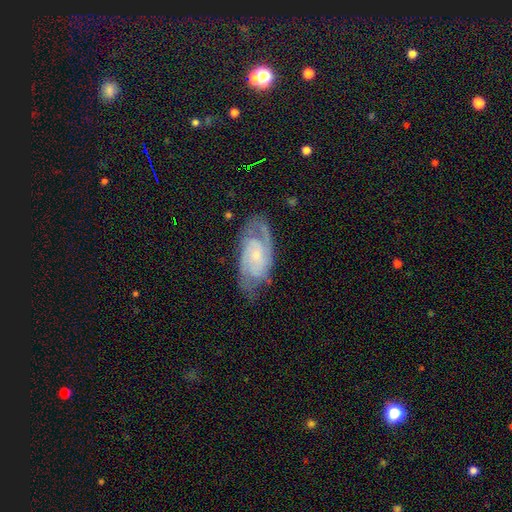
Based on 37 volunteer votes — This is clearly a featured or disk galaxy (95%). It is clearly not viewed edge-on (86%). Bar: possibly no (57%). Spiral arm pattern: clearly yes (97%). Spiral arm count: likely 2 (76%). Spiral winding: likely tight (62%). Central bulge: likely small (77%). Merging: likely none (64%).